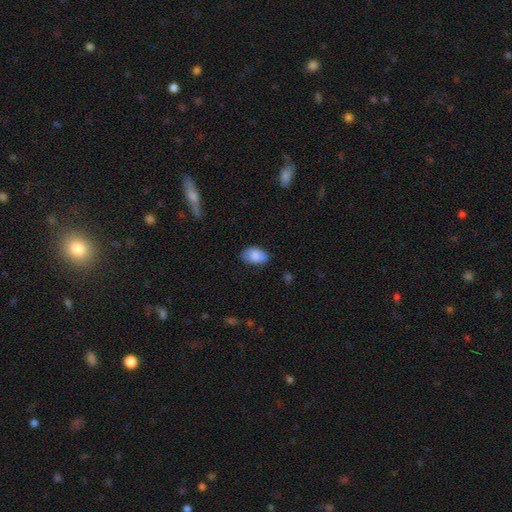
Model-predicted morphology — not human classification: A smooth galaxy with no disk features (86%) that is in between round and cigar-shaped (91%).

Vote fractions:
- Smooth or featured? smooth: 86% / featured or disk: 7% / star or artifact: 7%
- How rounded? in between: 91% / round: 7% / cigar-shaped: 1%
- Merging? none: 74% / minor disturbance: 21% / major disturbance: 4% / merger: 1%